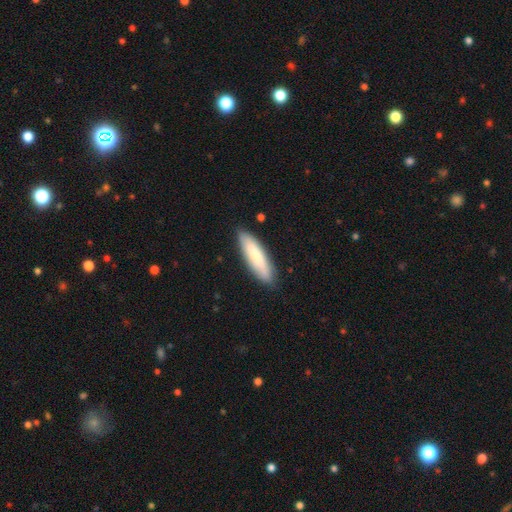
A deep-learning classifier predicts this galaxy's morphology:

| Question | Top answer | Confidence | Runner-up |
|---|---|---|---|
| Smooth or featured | smooth | 79% | featured or disk (16%) |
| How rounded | cigar-shaped | 65% | in between (34%) |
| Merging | none | 86% | minor disturbance (11%) |